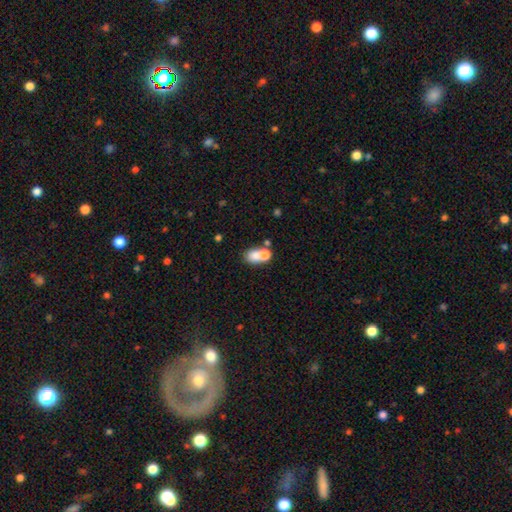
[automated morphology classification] Smooth or featured? Predicted: smooth (p=0.71). How rounded? Predicted: in between (p=0.62). Merging? Predicted: merger (p=0.59).